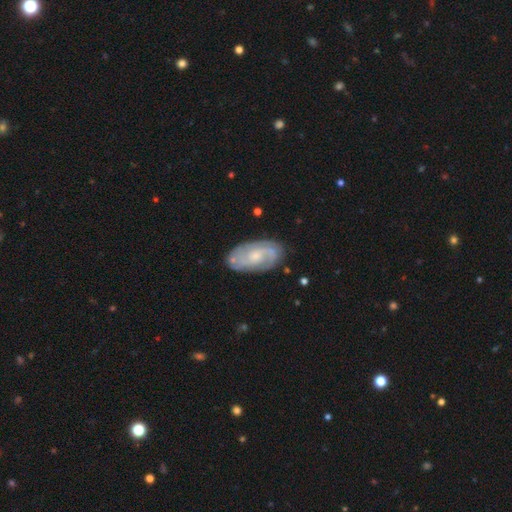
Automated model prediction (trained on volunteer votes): A featured or disk galaxy (76%) with no bar (60%), 2 (53%) tight (46%) spiral arms (93%) and a small central bulge (49%).

Vote fractions:
- Smooth or featured? featured or disk: 76% / smooth: 18% / star or artifact: 5%
- Edge-on disk? no: 95% / yes: 5%
- Bar? no: 60% / weak: 35% / strong: 5%
- Spiral arms? yes: 93% / no: 7%
- Spiral winding? tight: 46% / medium: 40% / loose: 14%
- Spiral arm count? 2: 53% / can't tell: 24% / 3: 14% / 1: 4% / 4: 3% / more than 4: 3%
- Bulge size? small: 49% / moderate: 39% / none: 7% / large: 3% / dominant: 1%
- Merging? none: 78% / minor disturbance: 16% / major disturbance: 4% / merger: 2%